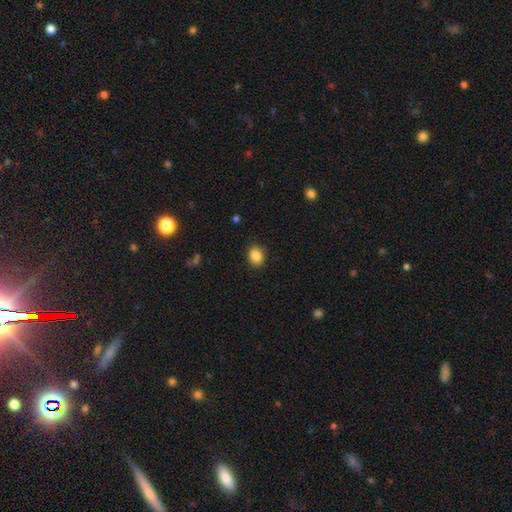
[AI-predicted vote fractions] smooth-or-featured: smooth: 87% | star or artifact: 9% | featured or disk: 4%
  how-rounded: in between: 56% | round: 43% | cigar-shaped: 1%
  merging: none: 88% | minor disturbance: 8% | major disturbance: 2% | merger: 1%